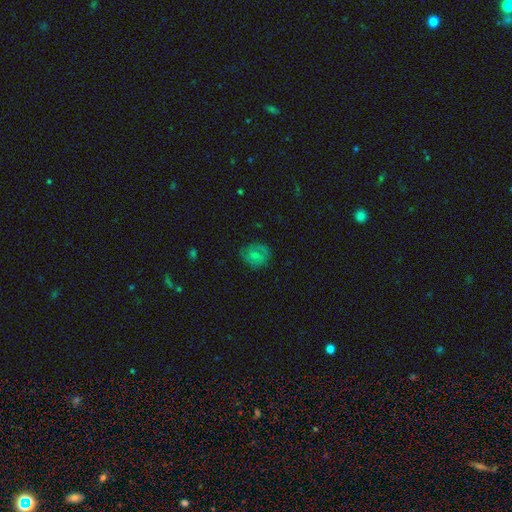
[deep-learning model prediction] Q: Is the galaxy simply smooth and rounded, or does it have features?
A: smooth — 63%.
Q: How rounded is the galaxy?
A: round — 73%.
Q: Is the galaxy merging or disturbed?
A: none — 73%.